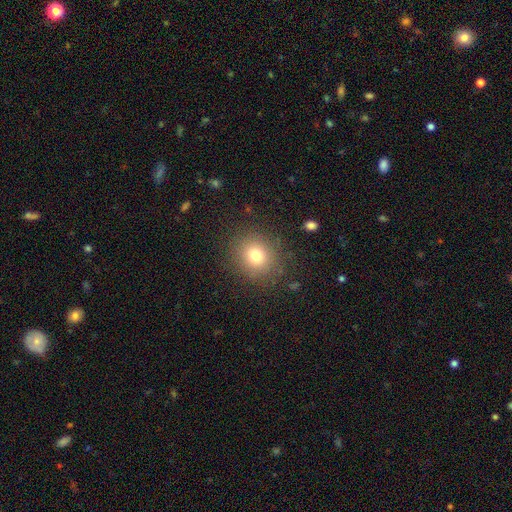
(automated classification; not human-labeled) This is likely a smooth galaxy (76%). How rounded: clearly round (81%). Merging: clearly none (86%).